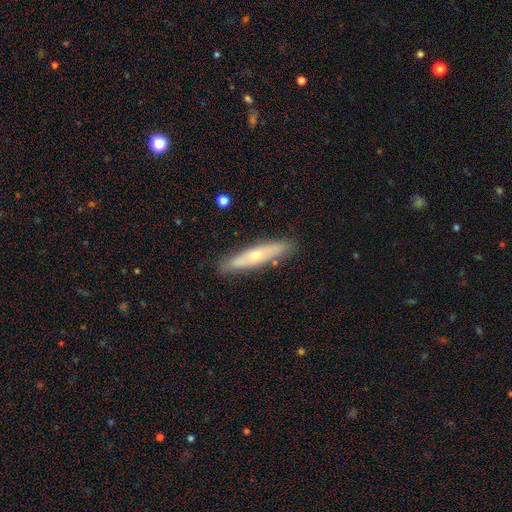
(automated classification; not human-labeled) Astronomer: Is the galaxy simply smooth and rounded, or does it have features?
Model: featured or disk — 50% (runner-up: smooth, 44%).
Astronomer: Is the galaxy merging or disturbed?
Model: none — 85%.